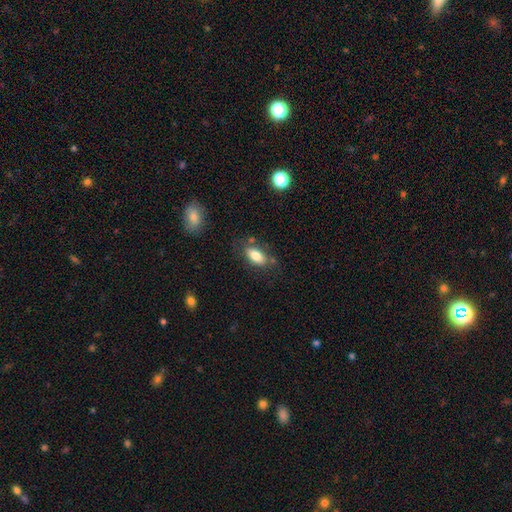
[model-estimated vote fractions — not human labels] smooth-or-featured: smooth: 81% | featured or disk: 11% | star or artifact: 8%
  how-rounded: in between: 88% | cigar-shaped: 9% | round: 4%
  merging: none: 72% | minor disturbance: 17% | merger: 6% | major disturbance: 5%